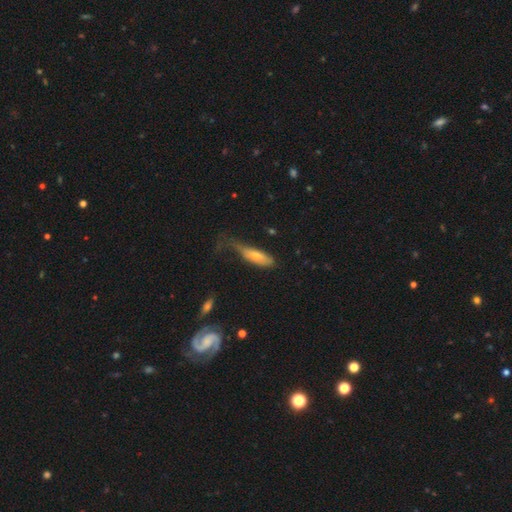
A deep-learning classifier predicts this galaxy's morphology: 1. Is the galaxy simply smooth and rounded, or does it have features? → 68% smooth, 26% featured or disk, 6% star or artifact.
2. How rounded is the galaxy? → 52% cigar-shaped, 46% in between, 2% round.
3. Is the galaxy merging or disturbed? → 37% minor disturbance, 32% major disturbance, 28% none, 3% merger.